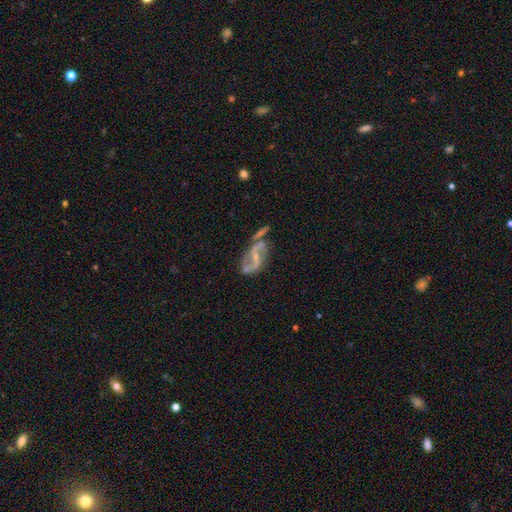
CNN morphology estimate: smooth_or_featured: featured or disk (p=0.86) [alt: smooth p=0.08]
disk_edge_on: no (p=0.96) [alt: yes p=0.04]
bar: weak (p=0.43) [alt: no p=0.36]
has_spiral_arms: yes (p=0.92) [alt: no p=0.08]
spiral_winding: loose (p=0.67) [alt: medium p=0.26]
spiral_arm_count: 2 (p=0.90) [alt: can't tell p=0.04]
bulge_size: small (p=0.66) [alt: moderate p=0.21]
merging: none (p=0.46) [alt: minor disturbance p=0.22]